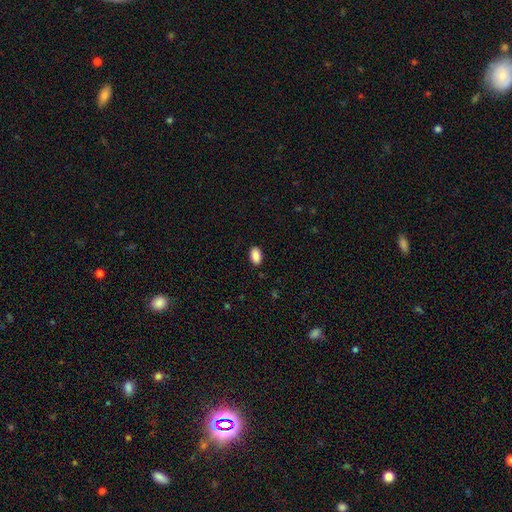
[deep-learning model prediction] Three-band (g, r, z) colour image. It shows a smooth galaxy with no disk features (89%) that is in between round and cigar-shaped (91%). Merging: none (88%).